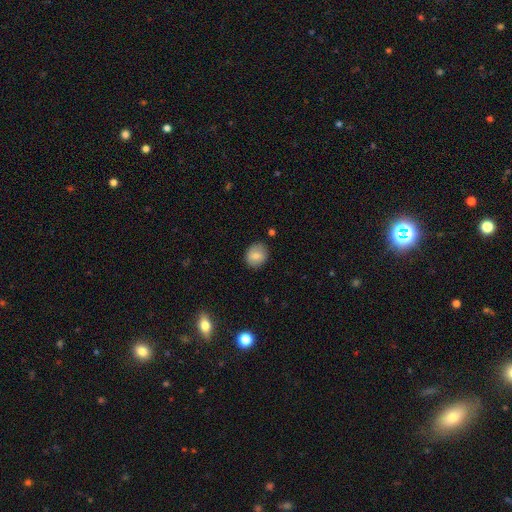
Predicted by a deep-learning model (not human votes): This appears to be a smooth galaxy with no disk features (78%) that is round (68%). Merging: none (83%).